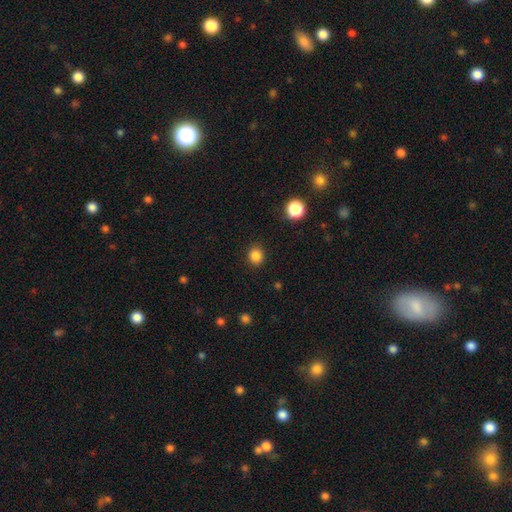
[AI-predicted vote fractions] smooth 85%, star or artifact 11%, featured or disk 3%. Down the decision tree: how rounded — round (82%); merging — none (90%).